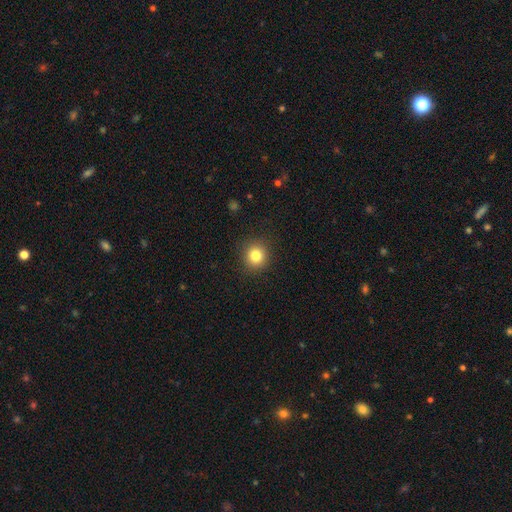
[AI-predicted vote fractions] A smooth galaxy with no disk features (81%) that is round (91%).

Vote fractions:
- Smooth or featured? smooth: 81% / star or artifact: 12% / featured or disk: 7%
- How rounded? round: 91% / in between: 8% / cigar-shaped: 1%
- Merging? none: 91% / minor disturbance: 6% / major disturbance: 2% / merger: 1%